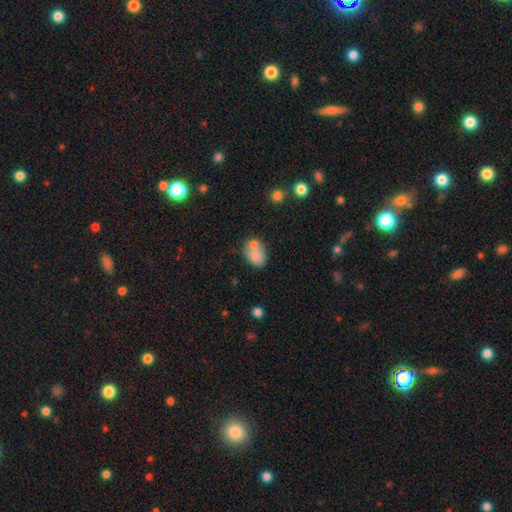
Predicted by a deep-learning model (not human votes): Q: Smooth or featured?
A: smooth (75%); runner-up: featured or disk (16%)
Q: How rounded?
A: in between (77%); runner-up: round (22%)
Q: Merging?
A: none (43%); runner-up: merger (33%)